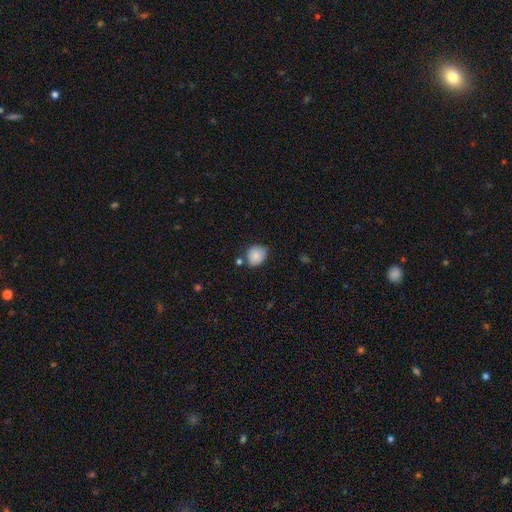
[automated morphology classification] smooth 86%, star or artifact 8%, featured or disk 6%. Down the decision tree: how rounded — round (68%); merging — none (69%).